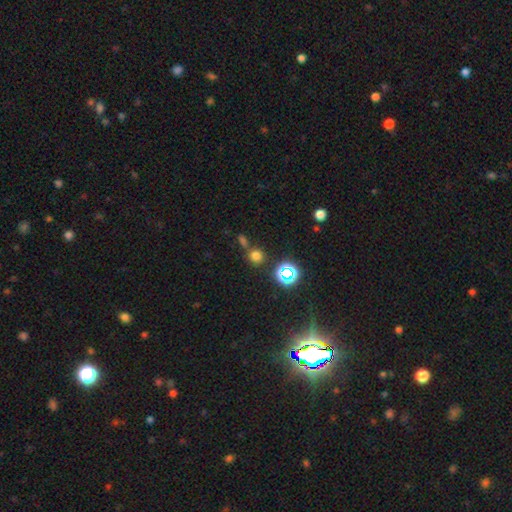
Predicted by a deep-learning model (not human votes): This is likely a smooth galaxy (68%). How rounded: clearly round (88%). Merging: likely none (67%).